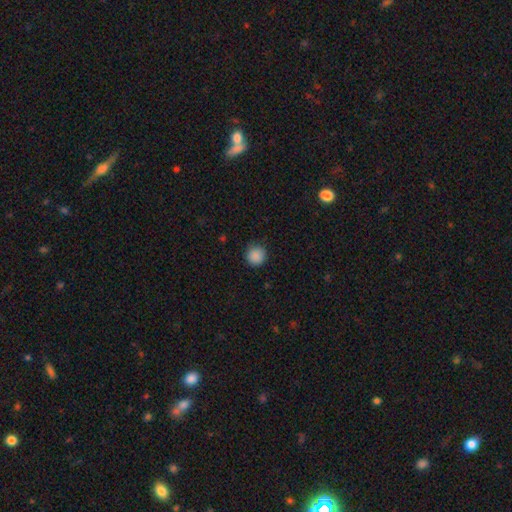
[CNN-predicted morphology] Smooth or featured?
  - smooth: 88% *
  - star or artifact: 9%
  - featured or disk: 2%
How rounded?
  - round: 95% *
  - in between: 5%
  - cigar-shaped: 1%
Merging?
  - none: 87% *
  - minor disturbance: 9%
  - major disturbance: 2%
  - merger: 1%